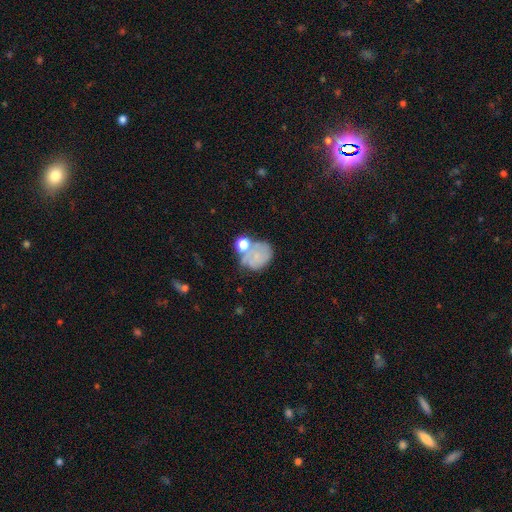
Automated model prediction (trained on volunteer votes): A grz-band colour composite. It shows a smooth galaxy with no disk features (53%) that is round (57%). Merging: none (38%).